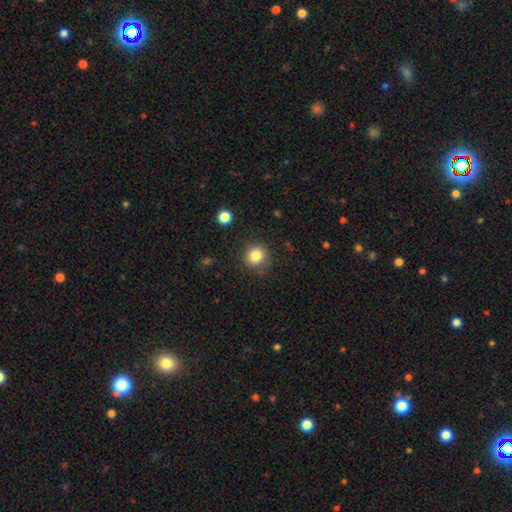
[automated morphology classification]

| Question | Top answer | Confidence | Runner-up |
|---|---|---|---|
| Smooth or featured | smooth | 83% | star or artifact (11%) |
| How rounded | round | 91% | in between (8%) |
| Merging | none | 87% | minor disturbance (9%) |